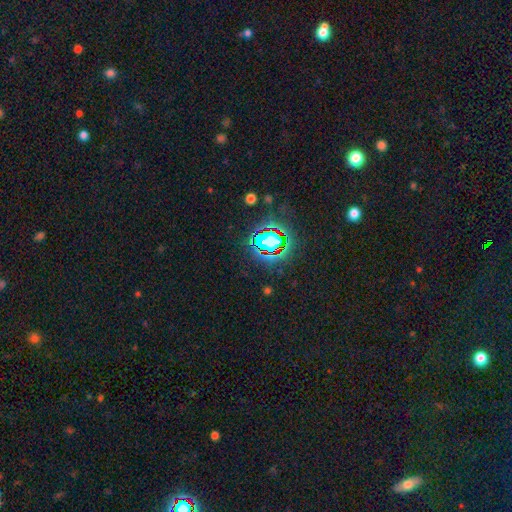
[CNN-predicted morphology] smooth-or-featured: star or artifact: 81% | smooth: 12% | featured or disk: 7%